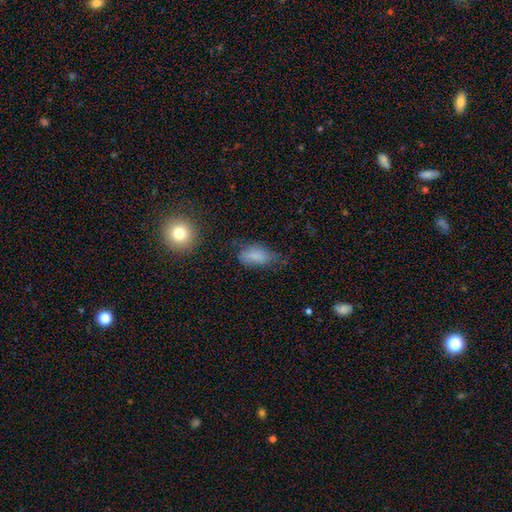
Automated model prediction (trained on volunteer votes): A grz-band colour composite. It shows a smooth galaxy with no disk features (78%) that is in between round and cigar-shaped (89%). Merging: none (44%).